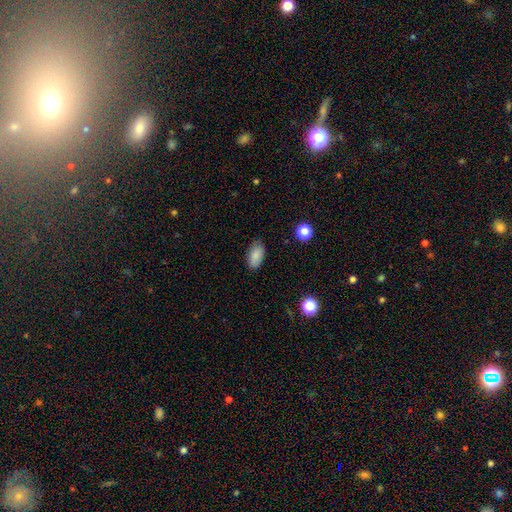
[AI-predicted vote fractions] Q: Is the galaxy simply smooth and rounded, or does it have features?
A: smooth — 85%.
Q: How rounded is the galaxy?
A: in between — 93%.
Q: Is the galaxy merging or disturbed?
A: none — 83%.